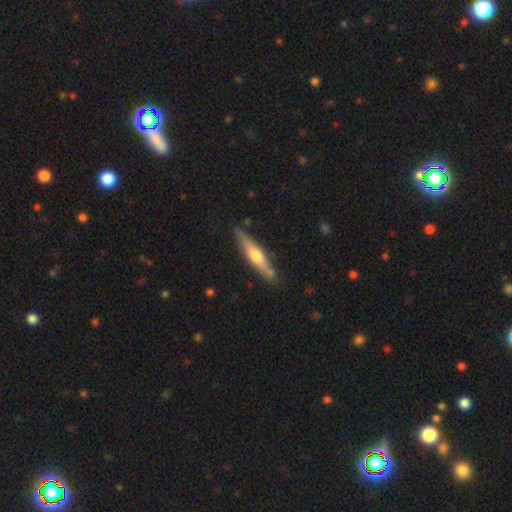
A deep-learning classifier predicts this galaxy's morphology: Smooth or featured?
  - featured or disk: 53% *
  - smooth: 42%
  - star or artifact: 5%
Edge-on disk?
  - yes: 93% *
  - no: 7%
Merging?
  - none: 85% *
  - minor disturbance: 11%
  - merger: 2%
  - major disturbance: 2%